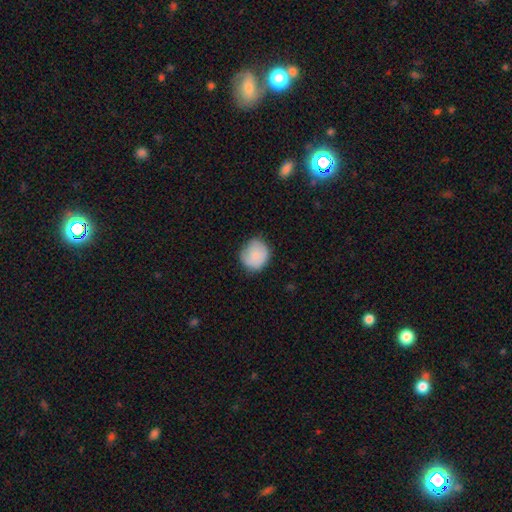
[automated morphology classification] type=smooth (80%); roundness=round (78%); merging=none (68%).